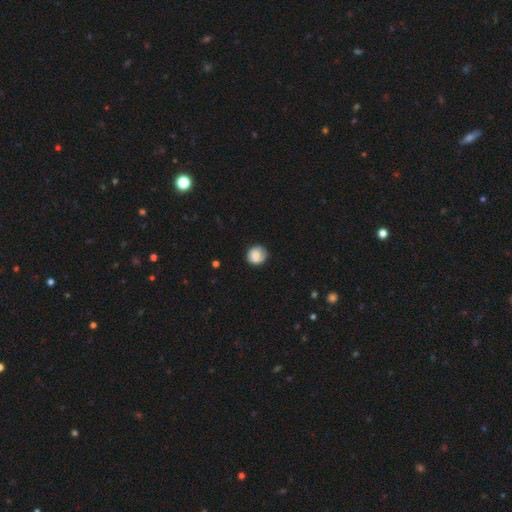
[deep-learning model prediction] A smooth galaxy with no disk features (77%) that is round (87%).

Vote fractions:
- Smooth or featured? smooth: 77% / featured or disk: 16% / star or artifact: 7%
- How rounded? round: 87% / in between: 12% / cigar-shaped: 1%
- Merging? none: 68% / minor disturbance: 24% / major disturbance: 6% / merger: 2%